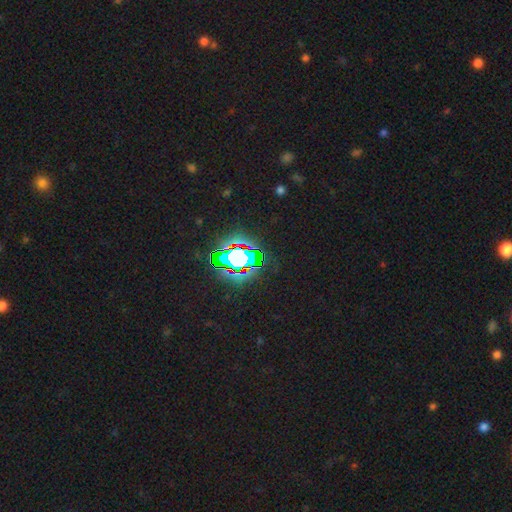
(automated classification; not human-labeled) Overall: star or artifact (83%).